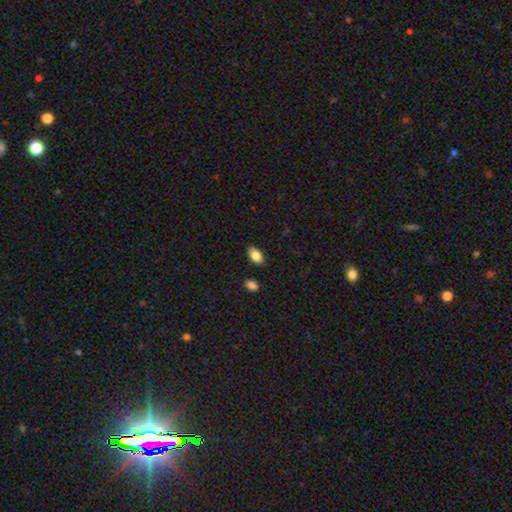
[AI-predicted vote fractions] Smooth or featured? smooth (84%)
How rounded? in between (92%)
Merging? none (87%)